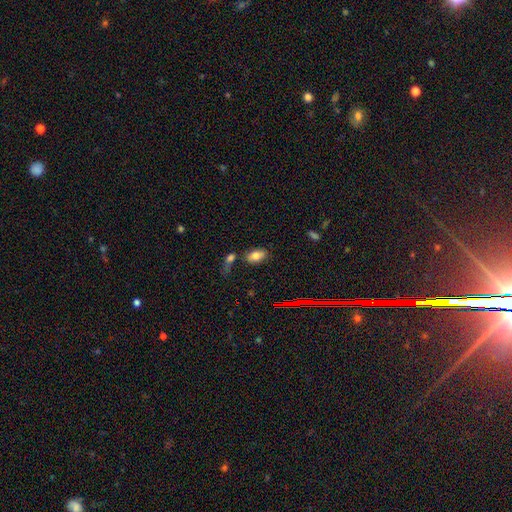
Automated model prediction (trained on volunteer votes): Smooth or featured?
  - smooth: 77% *
  - featured or disk: 12%
  - star or artifact: 11%
How rounded?
  - in between: 90% *
  - round: 8%
  - cigar-shaped: 2%
Merging?
  - none: 66% *
  - merger: 15%
  - minor disturbance: 14%
  - major disturbance: 5%